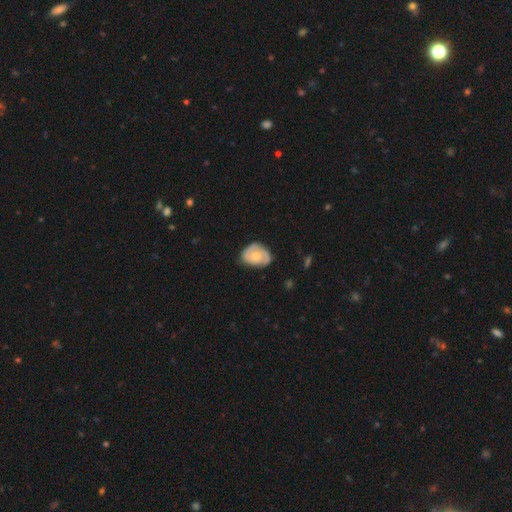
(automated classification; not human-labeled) This is possibly a featured or disk galaxy (55%). It is clearly not viewed edge-on (97%). Bar: likely no (78%). Spiral arm pattern: clearly yes (82%). Central bulge: possibly small (45%). Merging: likely none (62%).